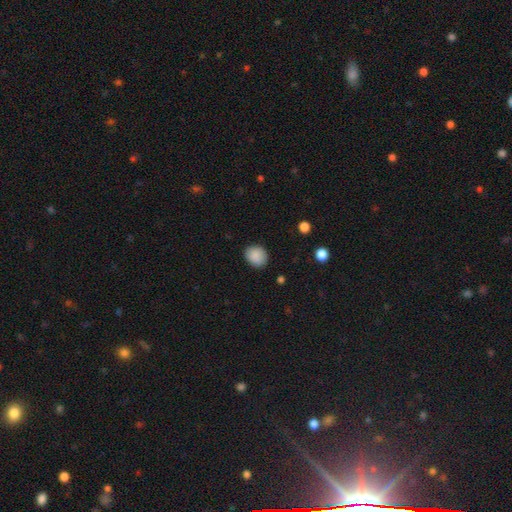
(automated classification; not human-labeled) smooth_or_featured: smooth (p=0.89) [alt: star or artifact p=0.08]
how_rounded: round (p=0.66) [alt: in between p=0.33]
merging: none (p=0.85) [alt: minor disturbance p=0.12]